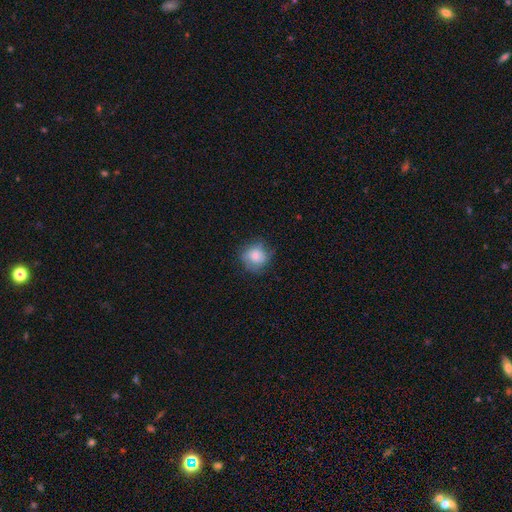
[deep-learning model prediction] This is likely a smooth galaxy (77%). How rounded: clearly round (85%). Merging: likely none (70%).